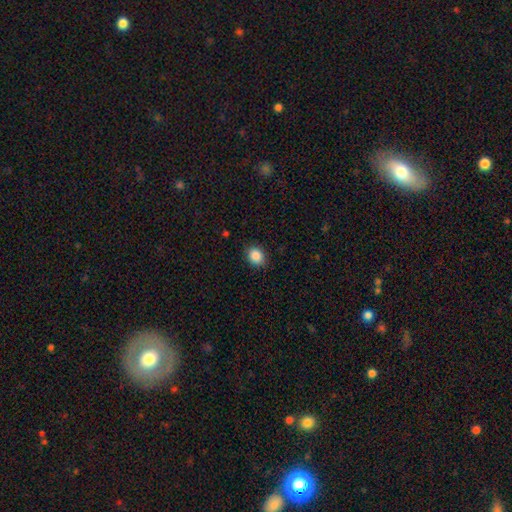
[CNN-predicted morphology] Smooth or featured? smooth (87%)
How rounded? round (50%)
Merging? none (87%)